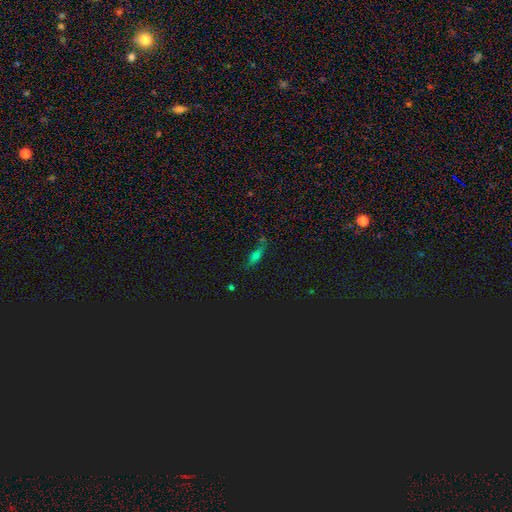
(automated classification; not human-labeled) A smooth galaxy with no disk features (55%) that is in between round and cigar-shaped (52%).

Vote fractions:
- Smooth or featured? smooth: 55% / star or artifact: 23% / featured or disk: 22%
- How rounded? in between: 52% / cigar-shaped: 43% / round: 5%
- Merging? none: 67% / minor disturbance: 19% / merger: 8% / major disturbance: 6%